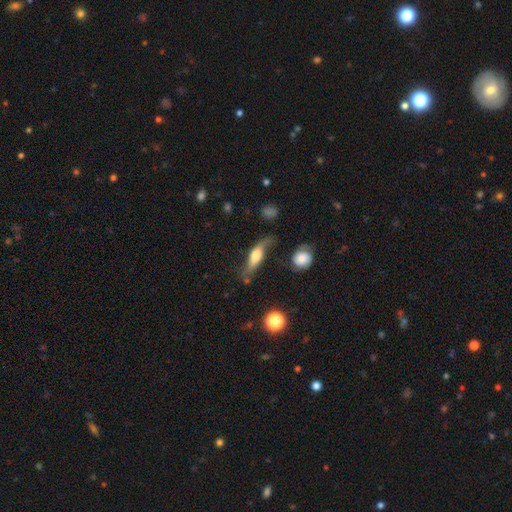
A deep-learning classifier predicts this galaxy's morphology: Overall: featured or disk (50%; smooth 43%). Merging: none (53%; minor disturbance 26%).